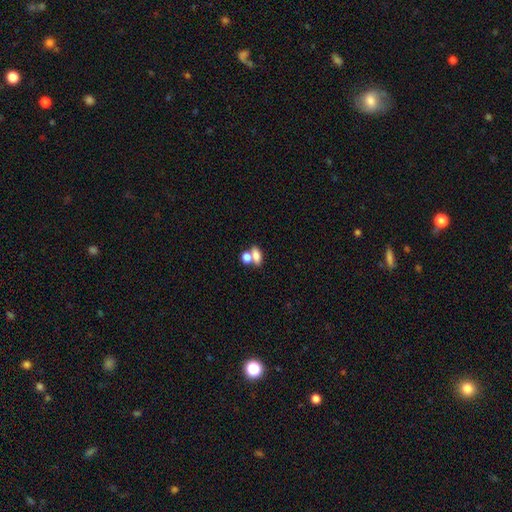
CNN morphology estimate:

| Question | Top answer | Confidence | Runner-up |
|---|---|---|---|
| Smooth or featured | smooth | 76% | featured or disk (13%) |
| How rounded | in between | 77% | round (15%) |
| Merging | merger | 47% | none (40%) |